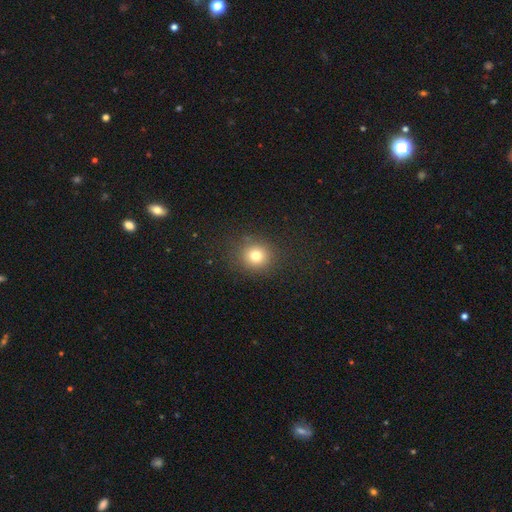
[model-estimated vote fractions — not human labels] Q: Smooth or featured?
A: smooth (76%); runner-up: star or artifact (15%)
Q: How rounded?
A: round (88%); runner-up: in between (11%)
Q: Merging?
A: none (87%); runner-up: minor disturbance (8%)